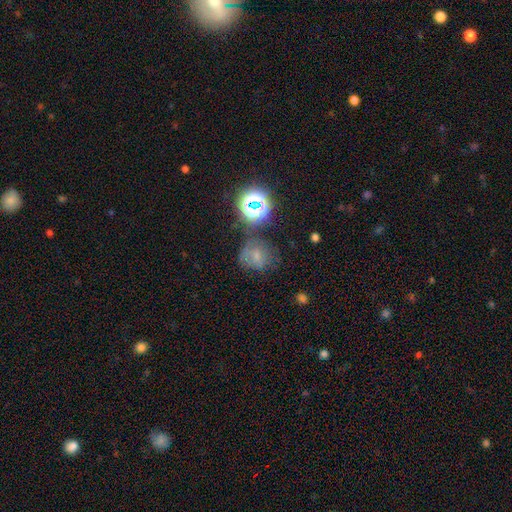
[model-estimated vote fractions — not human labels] A smooth galaxy with no disk features (54%) that is round (73%). Merging: none (58%).